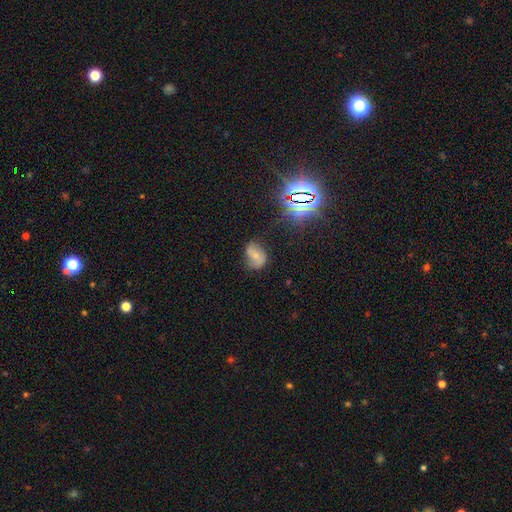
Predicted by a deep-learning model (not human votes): smooth-or-featured: smooth: 46% | featured or disk: 36% | star or artifact: 18%
  merging: none: 54% | minor disturbance: 31% | major disturbance: 12% | merger: 3%